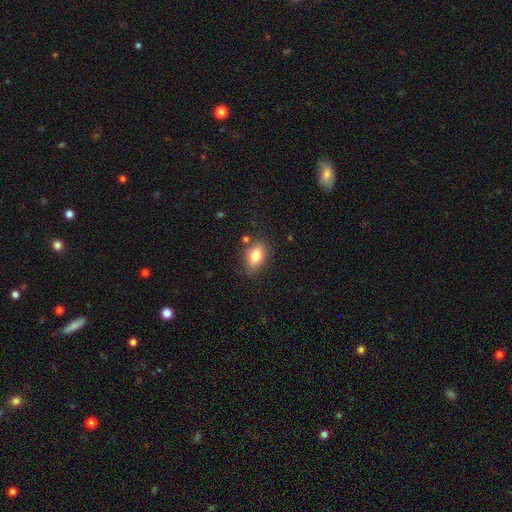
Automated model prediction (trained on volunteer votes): smooth_or_featured: smooth (p=0.81) [alt: featured or disk p=0.10]
how_rounded: in between (p=0.83) [alt: round p=0.15]
merging: none (p=0.77) [alt: minor disturbance p=0.15]